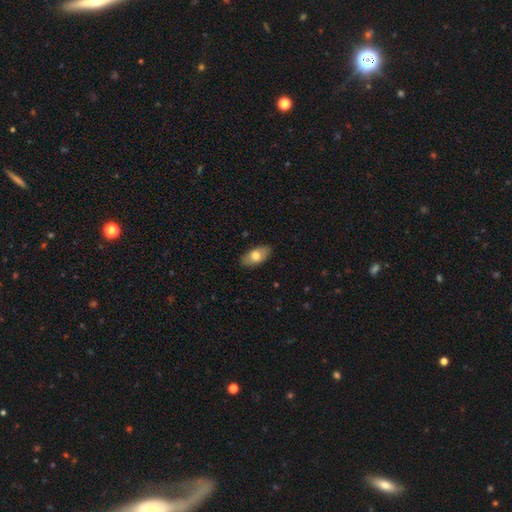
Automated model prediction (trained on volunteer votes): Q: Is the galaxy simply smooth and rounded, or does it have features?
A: smooth — 71%.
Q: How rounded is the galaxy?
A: in between — 92%.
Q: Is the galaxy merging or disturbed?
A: none — 86%.